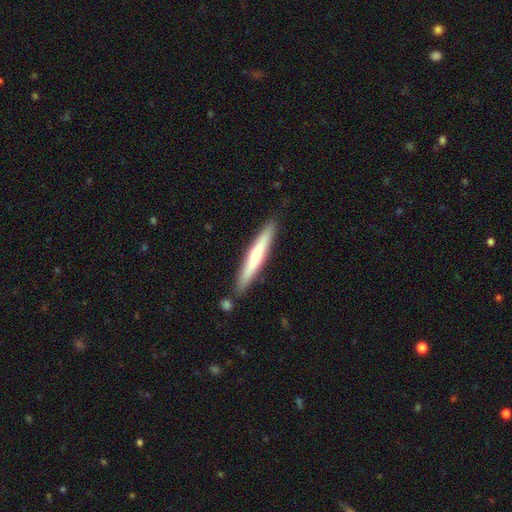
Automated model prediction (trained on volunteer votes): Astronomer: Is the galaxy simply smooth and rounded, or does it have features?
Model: featured or disk — 47%, tied with smooth at 47%.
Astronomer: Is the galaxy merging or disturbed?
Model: none — 88%.